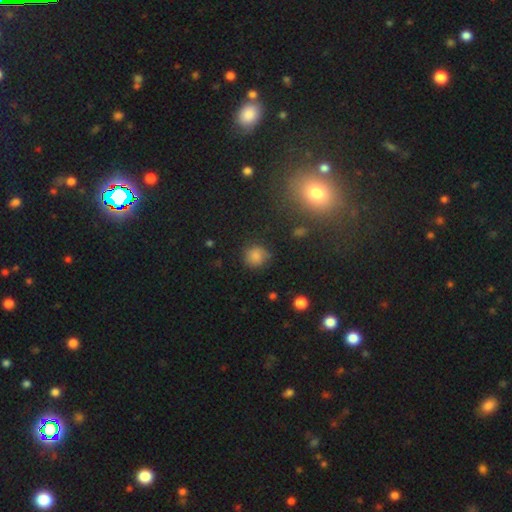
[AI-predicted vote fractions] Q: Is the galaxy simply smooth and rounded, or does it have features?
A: smooth — 76%.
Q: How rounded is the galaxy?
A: round — 84%.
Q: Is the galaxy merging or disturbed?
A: none — 70%.